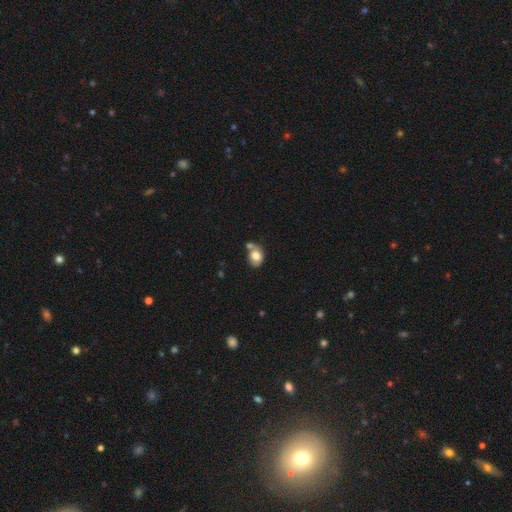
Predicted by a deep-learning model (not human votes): The model was most divided on "merging": none: 44%, merger: 33%, minor disturbance: 18%, major disturbance: 6%. More confident: smooth or featured — smooth (76%); how rounded — in between (56%).